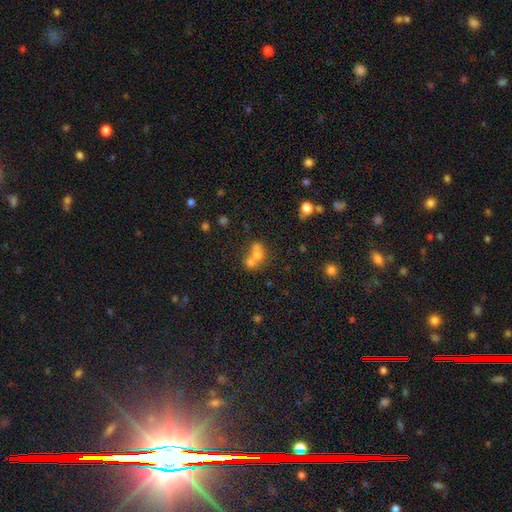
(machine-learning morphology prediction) This is likely a smooth galaxy (61%). How rounded: likely round (69%). Merging: likely merger (64%).